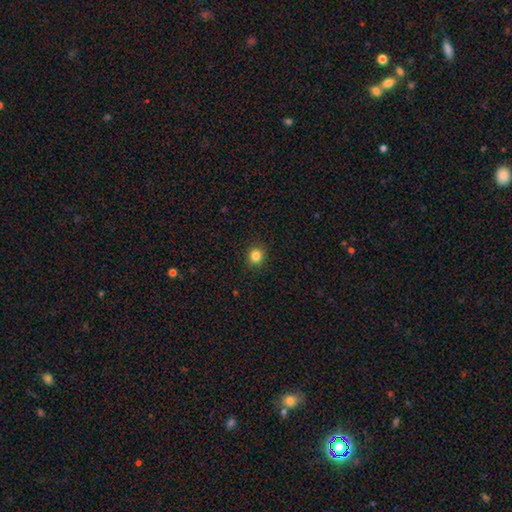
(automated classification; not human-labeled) A smooth galaxy with no disk features (84%) that is round (89%). Merging: none (91%).